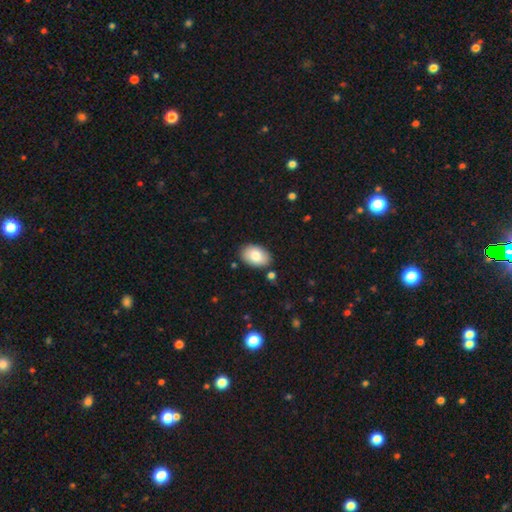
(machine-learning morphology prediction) This appears to be a smooth galaxy with no disk features (83%) that is in between round and cigar-shaped (90%). Merging: none (85%).